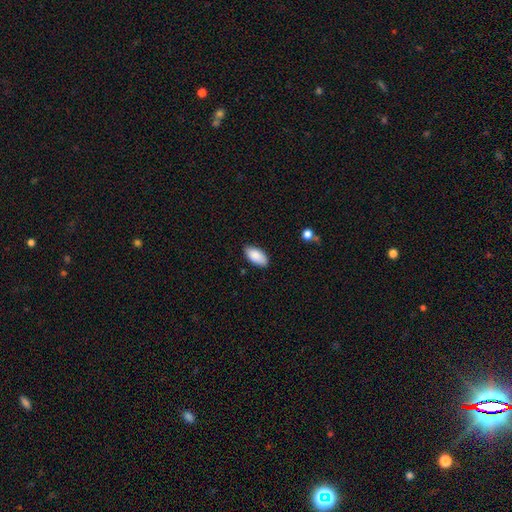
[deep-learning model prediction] The model was most divided on "merging": none: 82%, minor disturbance: 14%, major disturbance: 2%, merger: 1%. More confident: how rounded — in between (94%); smooth or featured — smooth (88%).